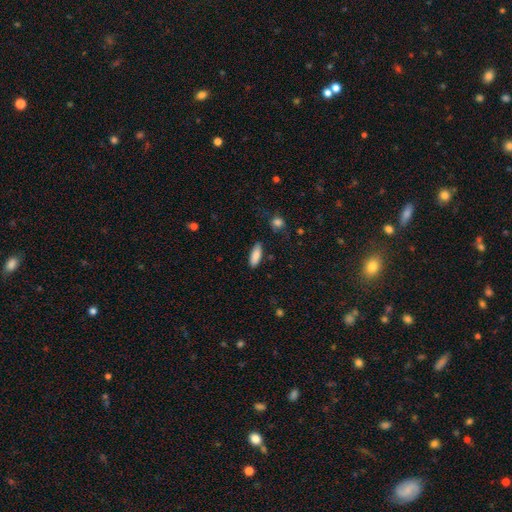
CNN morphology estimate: This appears to be a smooth galaxy with no disk features (87%) that is in between round and cigar-shaped (68%). Merging: none (84%).